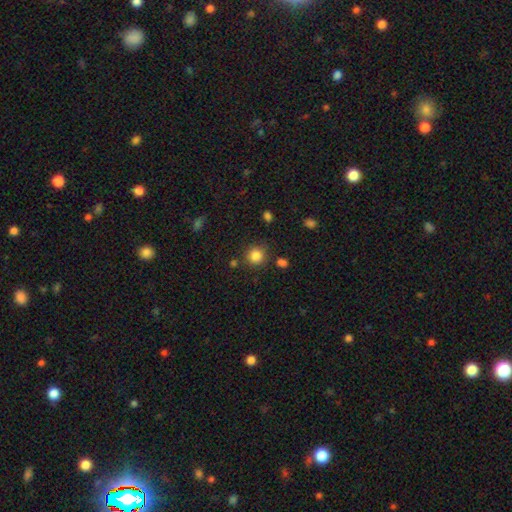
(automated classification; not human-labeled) smooth 84%, star or artifact 11%, featured or disk 5%. Down the decision tree: how rounded — round (92%); merging — none (82%).